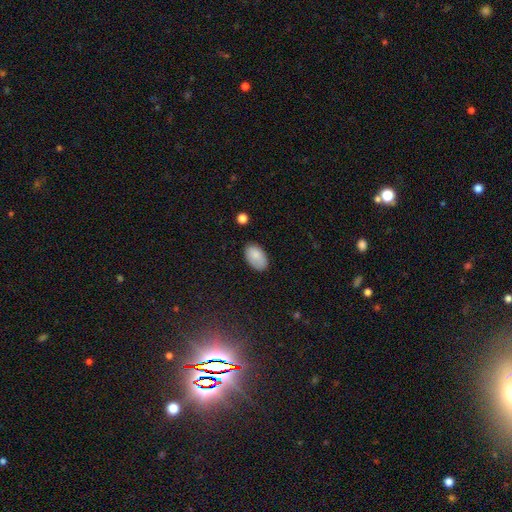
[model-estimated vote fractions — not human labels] smooth_or_featured: smooth (p=0.86) [alt: featured or disk p=0.07]
how_rounded: in between (p=0.94) [alt: round p=0.05]
merging: none (p=0.80) [alt: minor disturbance p=0.16]